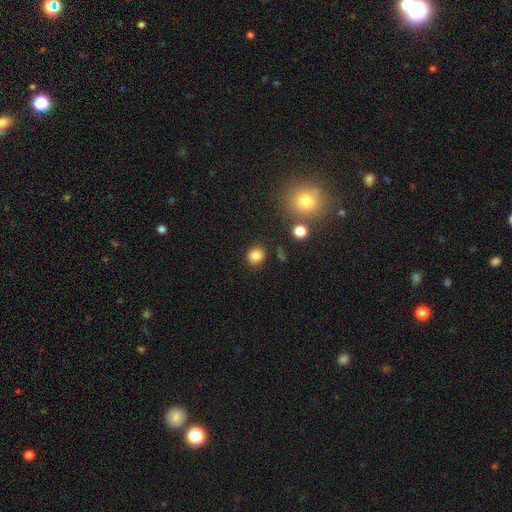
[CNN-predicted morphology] smooth 83%, star or artifact 12%, featured or disk 5%. Down the decision tree: how rounded — round (81%); merging — none (85%).